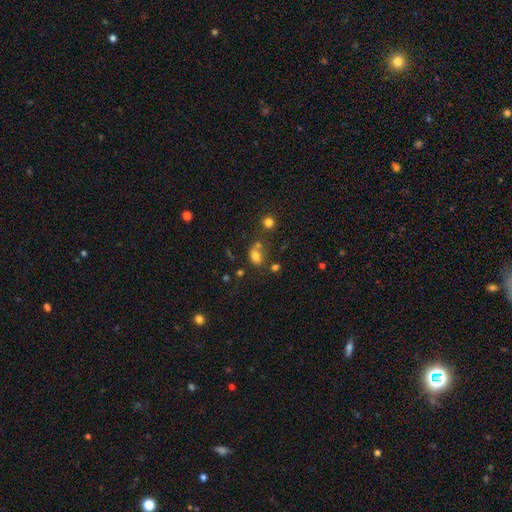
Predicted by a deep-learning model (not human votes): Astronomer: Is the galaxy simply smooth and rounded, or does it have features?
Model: smooth — 76%.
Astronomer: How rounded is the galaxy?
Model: in between — 65%.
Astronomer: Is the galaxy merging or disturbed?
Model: none — 49% (runner-up: merger, 26%).